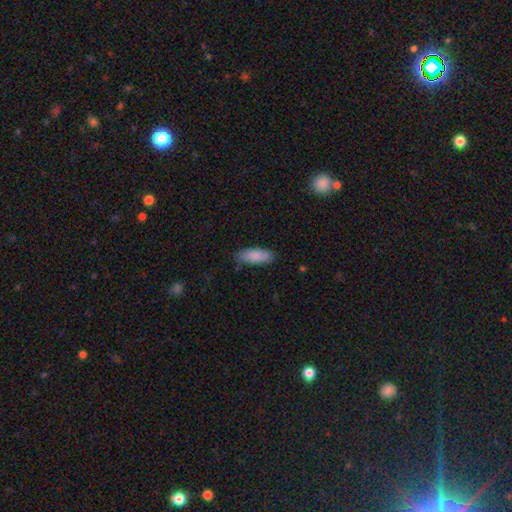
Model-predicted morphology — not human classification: A smooth galaxy with no disk features (85%) that is in between round and cigar-shaped (78%).

Vote fractions:
- Smooth or featured? smooth: 85% / featured or disk: 9% / star or artifact: 6%
- How rounded? in between: 78% / cigar-shaped: 21% / round: 2%
- Merging? none: 76% / minor disturbance: 19% / major disturbance: 3% / merger: 2%